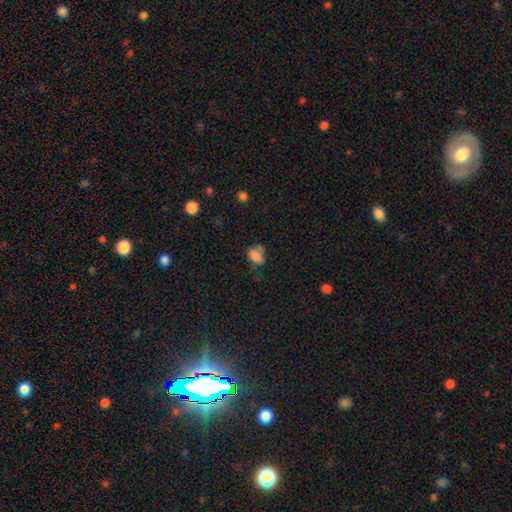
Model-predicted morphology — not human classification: The model was most divided on "merging": none: 46%, minor disturbance: 30%, major disturbance: 13%, merger: 11%. More confident: how rounded — in between (83%); smooth or featured — smooth (78%).